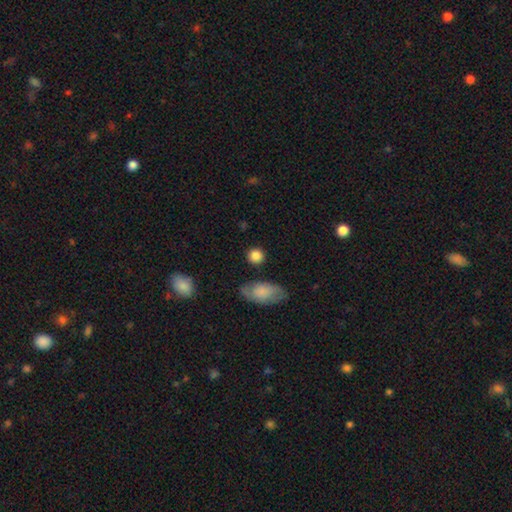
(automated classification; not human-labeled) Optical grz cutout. It shows a smooth galaxy with no disk features (85%) that is round (87%). Merging: none (83%).